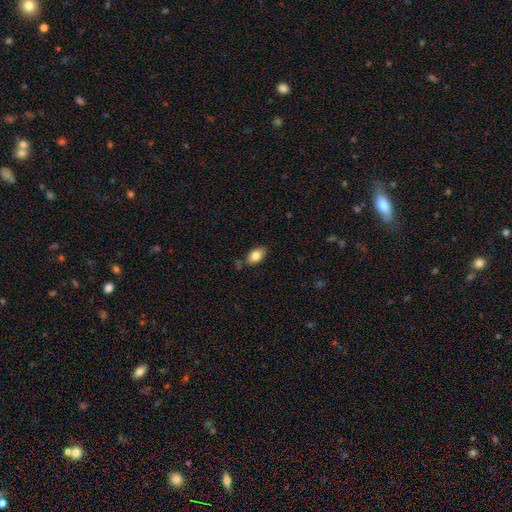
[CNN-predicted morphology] smooth_or_featured: smooth (p=0.81) [alt: featured or disk p=0.12]
how_rounded: in between (p=0.89) [alt: round p=0.09]
merging: none (p=0.75) [alt: minor disturbance p=0.18]